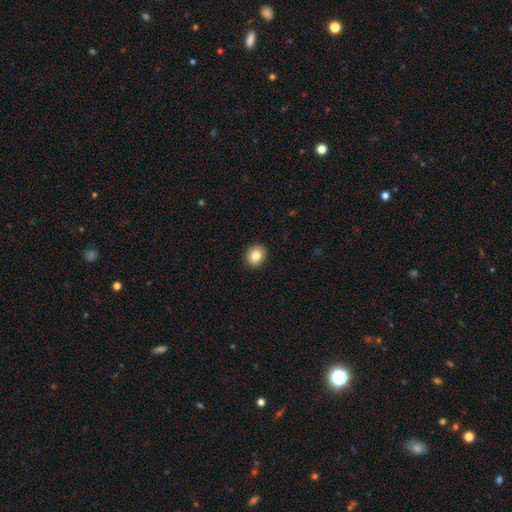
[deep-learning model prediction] A smooth galaxy with no disk features (83%) that is round (71%).

Vote fractions:
- Smooth or featured? smooth: 83% / star or artifact: 9% / featured or disk: 8%
- How rounded? round: 71% / in between: 29% / cigar-shaped: 1%
- Merging? none: 92% / minor disturbance: 6% / major disturbance: 2% / merger: 1%